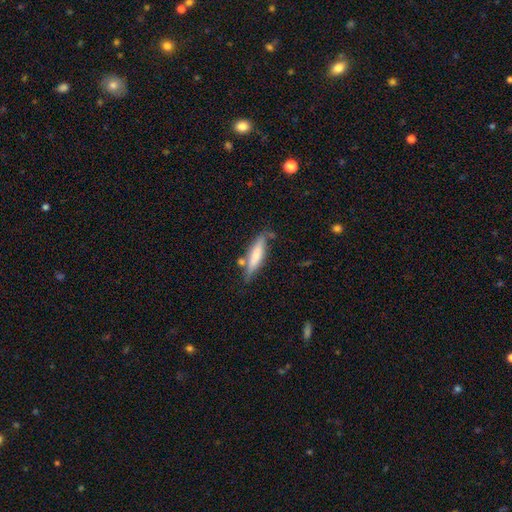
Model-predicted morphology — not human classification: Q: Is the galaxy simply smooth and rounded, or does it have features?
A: smooth — 65%.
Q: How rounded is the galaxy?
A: cigar-shaped — 74%.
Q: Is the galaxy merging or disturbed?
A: none — 65%.